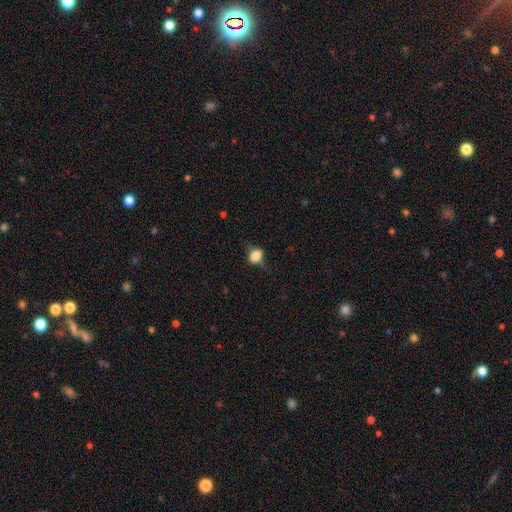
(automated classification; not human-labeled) The model was most divided on "how rounded": in between: 59%, round: 38%, cigar-shaped: 3%. More confident: smooth or featured — smooth (72%); merging — none (63%).